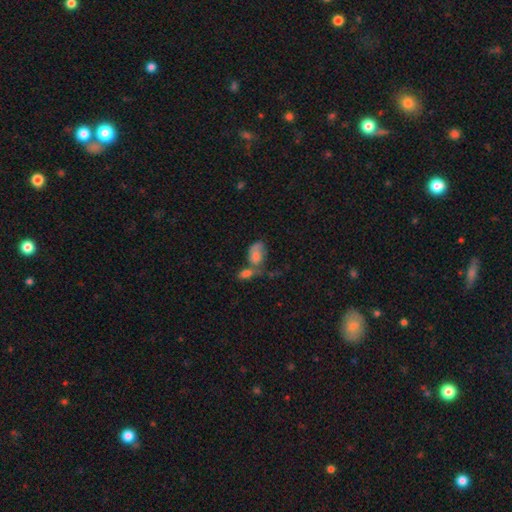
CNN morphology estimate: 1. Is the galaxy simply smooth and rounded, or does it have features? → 59% smooth, 28% featured or disk, 13% star or artifact.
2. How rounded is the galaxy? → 79% in between, 19% round, 3% cigar-shaped.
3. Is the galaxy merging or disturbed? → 49% merger, 23% none, 14% major disturbance, 14% minor disturbance.